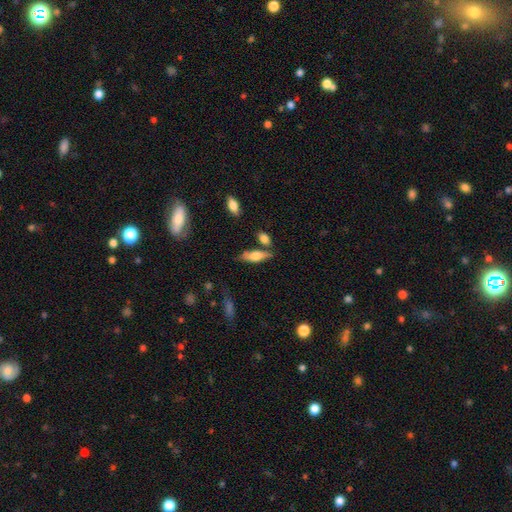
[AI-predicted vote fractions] The model was most divided on "how rounded": in between: 54%, cigar-shaped: 43%, round: 3%. More confident: merging — none (67%); smooth or featured — smooth (56%).